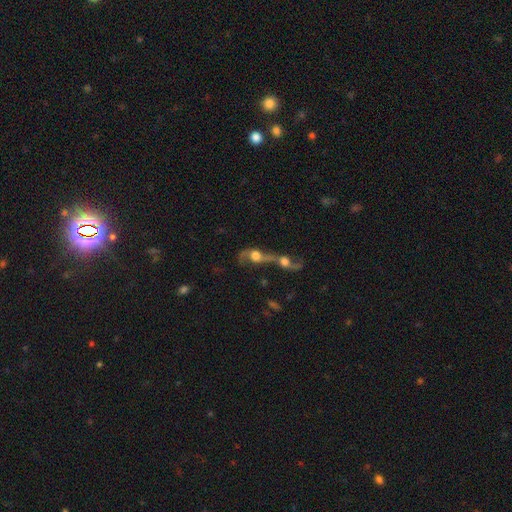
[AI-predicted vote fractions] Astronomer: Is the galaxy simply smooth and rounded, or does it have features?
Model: featured or disk — 51% (runner-up: smooth, 36%).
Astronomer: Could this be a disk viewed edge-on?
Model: no — 84%.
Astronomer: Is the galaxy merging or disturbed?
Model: merger — 79%.